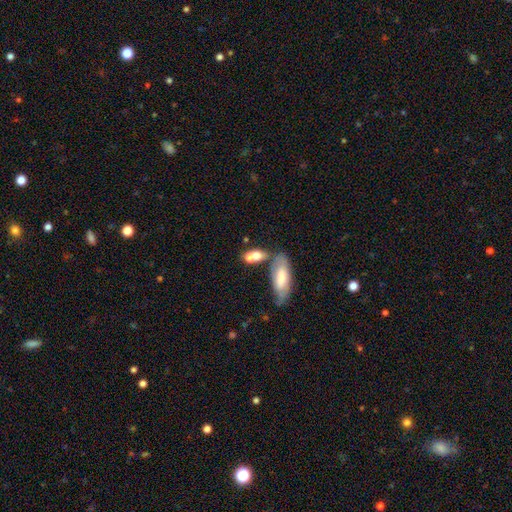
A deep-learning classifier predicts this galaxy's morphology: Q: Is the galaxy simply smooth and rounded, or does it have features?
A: smooth — 71%.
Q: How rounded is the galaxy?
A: in between — 72%.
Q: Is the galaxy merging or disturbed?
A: merger — 41%.